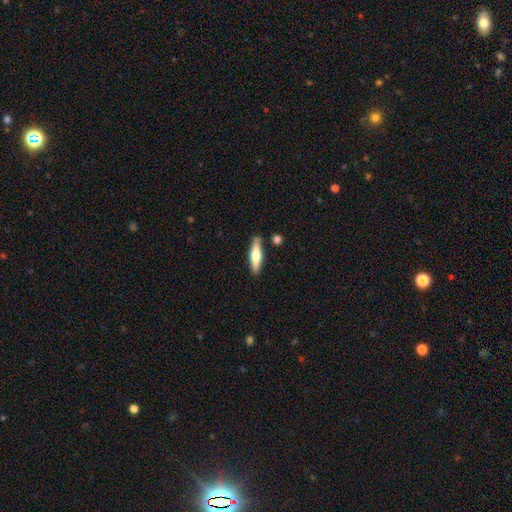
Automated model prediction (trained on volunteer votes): Q: Smooth or featured?
A: smooth (60%); runner-up: featured or disk (35%)
Q: How rounded?
A: cigar-shaped (72%); runner-up: in between (27%)
Q: Merging?
A: none (82%); runner-up: minor disturbance (11%)